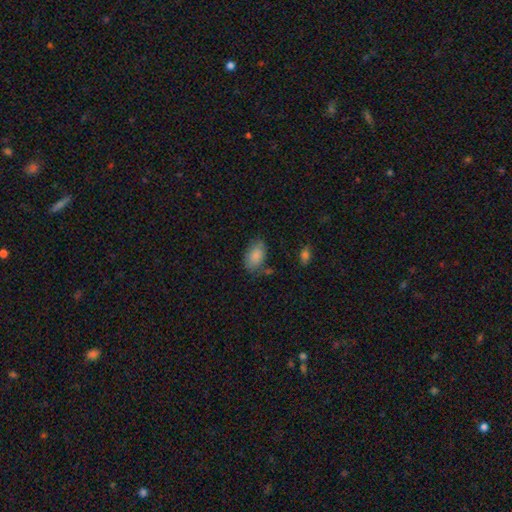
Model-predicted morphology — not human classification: Smooth or featured: smooth — 85% (featured or disk — 8%)
How rounded: in between — 90% (round — 9%)
Merging: none — 65% (minor disturbance — 24%)